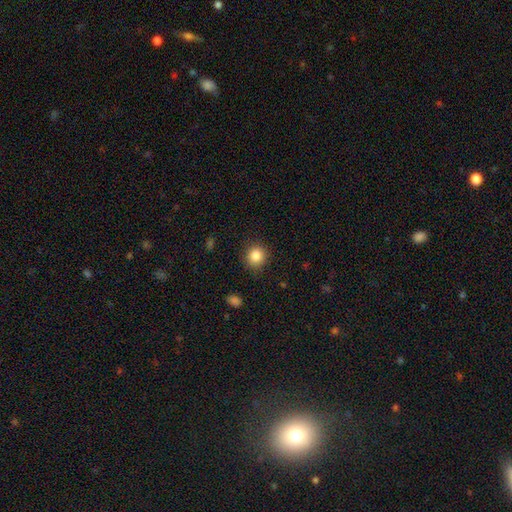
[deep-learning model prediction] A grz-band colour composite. It shows a smooth galaxy with no disk features (86%) that is round (89%). Merging: none (88%).